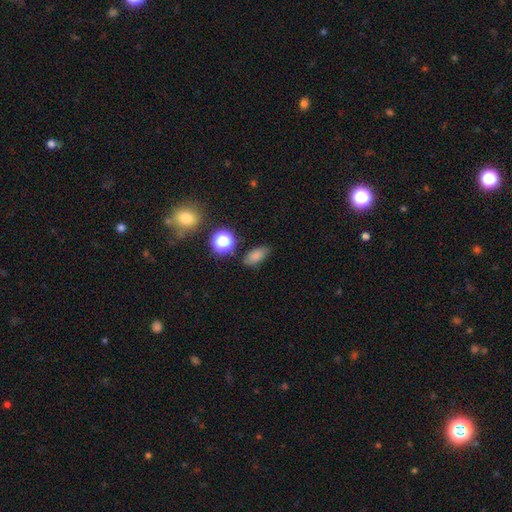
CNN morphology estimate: A smooth galaxy with no disk features (78%) that is in between round and cigar-shaped (84%).

Vote fractions:
- Smooth or featured? smooth: 78% / star or artifact: 15% / featured or disk: 8%
- How rounded? in between: 84% / round: 11% / cigar-shaped: 5%
- Merging? none: 80% / minor disturbance: 13% / major disturbance: 4% / merger: 3%